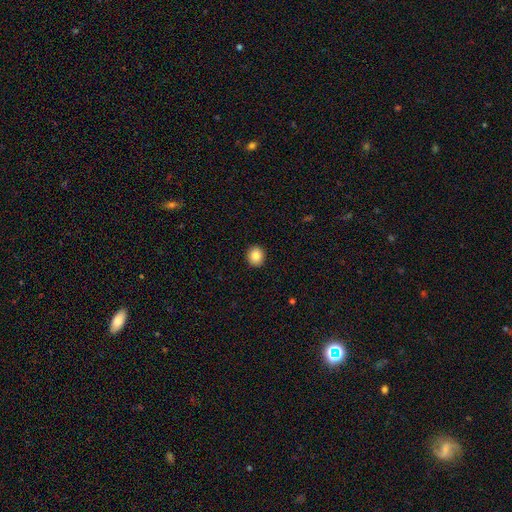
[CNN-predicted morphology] Overall: smooth (87%). How rounded: round (80%). Merging: none (92%).